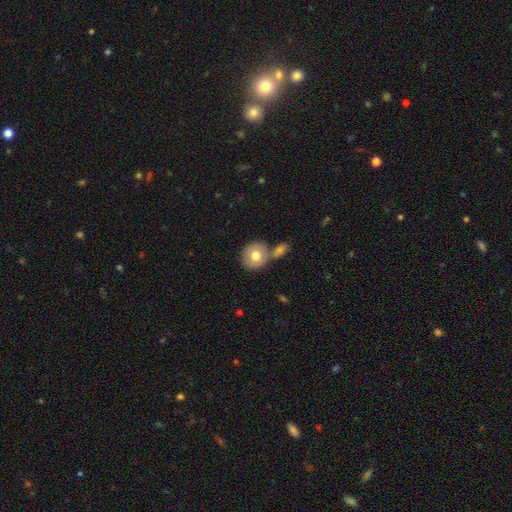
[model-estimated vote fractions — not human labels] Smooth or featured? smooth (75%)
How rounded? round (82%)
Merging? none (54%)